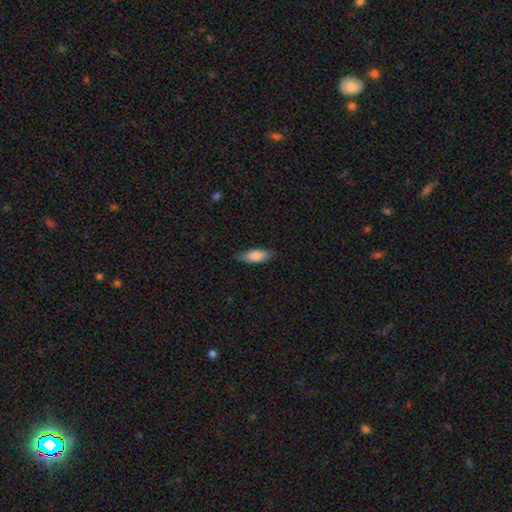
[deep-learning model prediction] A smooth galaxy with no disk features (83%) that is in between round and cigar-shaped (65%). Merging: none (81%).